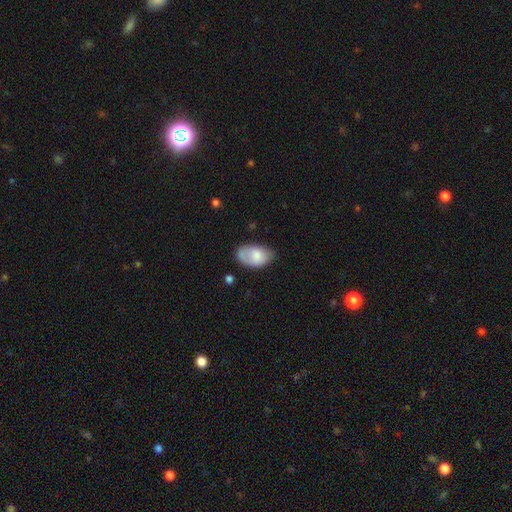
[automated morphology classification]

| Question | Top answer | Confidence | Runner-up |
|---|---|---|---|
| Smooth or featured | smooth | 75% | featured or disk (18%) |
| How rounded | in between | 92% | round (7%) |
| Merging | none | 58% | minor disturbance (29%) |